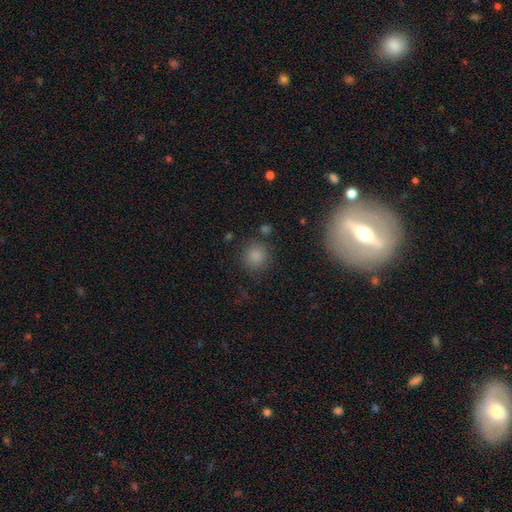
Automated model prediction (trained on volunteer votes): Morphology: type=smooth (83%); roundness=round (91%); merging=none (82%).